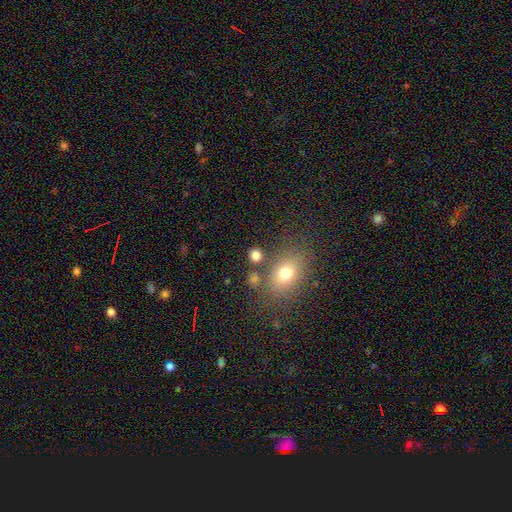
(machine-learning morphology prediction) smooth_or_featured: smooth (p=0.78) [alt: star or artifact p=0.15]
how_rounded: round (p=0.73) [alt: in between p=0.26]
merging: none (p=0.76) [alt: merger p=0.10]